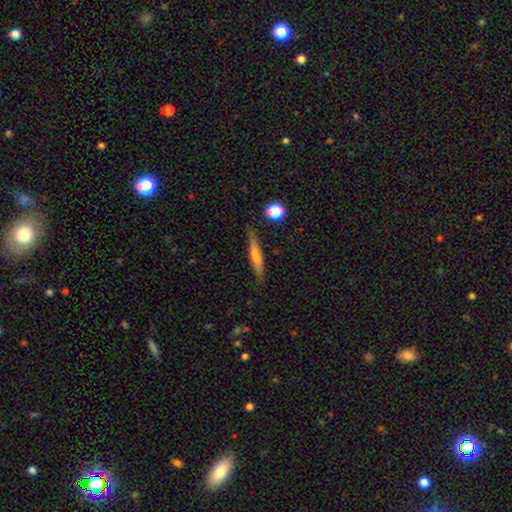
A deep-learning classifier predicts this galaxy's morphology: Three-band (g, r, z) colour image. It shows a smooth galaxy with no disk features (53%) that is cigar-shaped (91%). Merging: none (83%).